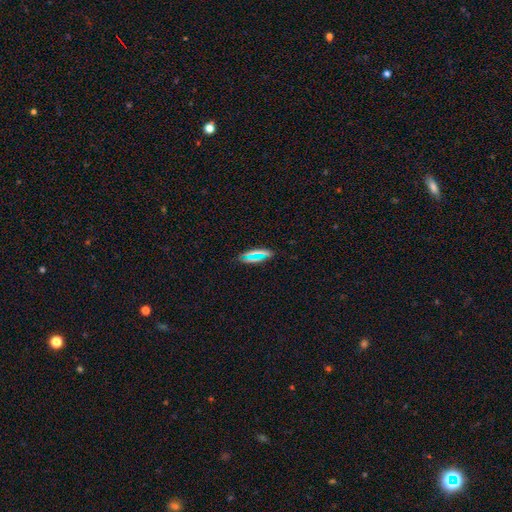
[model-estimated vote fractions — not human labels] The model was most divided on "how rounded": in between: 59%, cigar-shaped: 33%, round: 7%. More confident: merging — none (79%); smooth or featured — smooth (63%).